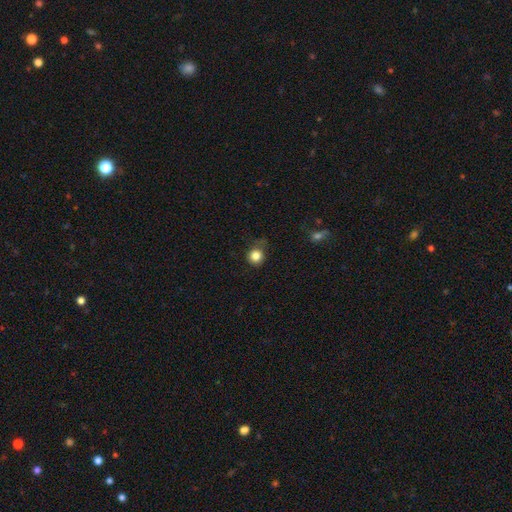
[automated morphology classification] Q: Smooth or featured?
A: smooth (84%); runner-up: star or artifact (11%)
Q: How rounded?
A: round (89%); runner-up: in between (10%)
Q: Merging?
A: none (69%); runner-up: minor disturbance (21%)